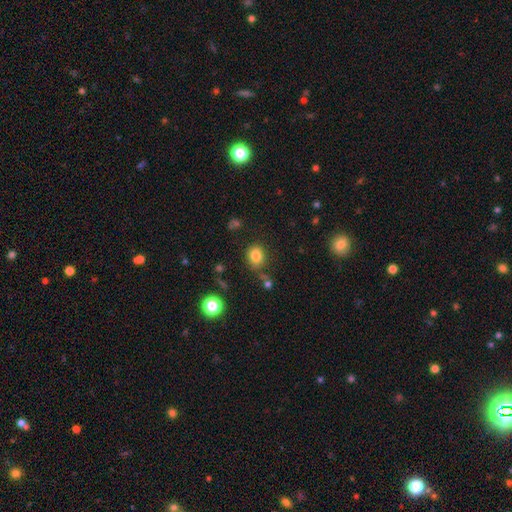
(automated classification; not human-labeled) Smooth or featured?
  - smooth: 82% *
  - star or artifact: 12%
  - featured or disk: 6%
How rounded?
  - round: 61% *
  - in between: 38%
  - cigar-shaped: 1%
Merging?
  - none: 75% *
  - minor disturbance: 15%
  - merger: 5%
  - major disturbance: 4%